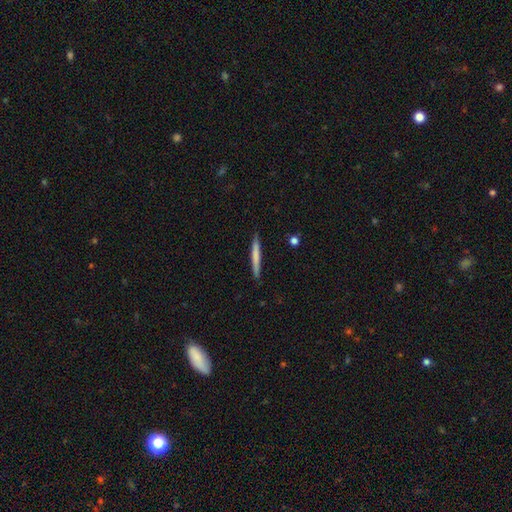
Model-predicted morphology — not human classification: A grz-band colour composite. It shows a smooth galaxy with no disk features (66%) that is cigar-shaped (96%). Merging: none (89%).